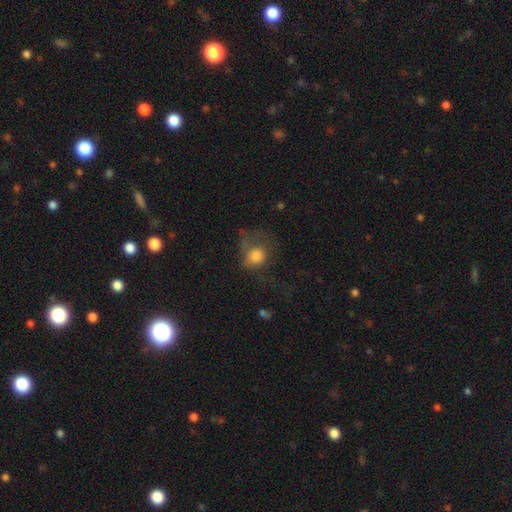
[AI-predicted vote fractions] A smooth galaxy with no disk features (70%) that is round (68%).

Vote fractions:
- Smooth or featured? smooth: 70% / featured or disk: 17% / star or artifact: 12%
- How rounded? round: 68% / in between: 31% / cigar-shaped: 1%
- Merging? major disturbance: 45% / none: 32% / minor disturbance: 20% / merger: 3%